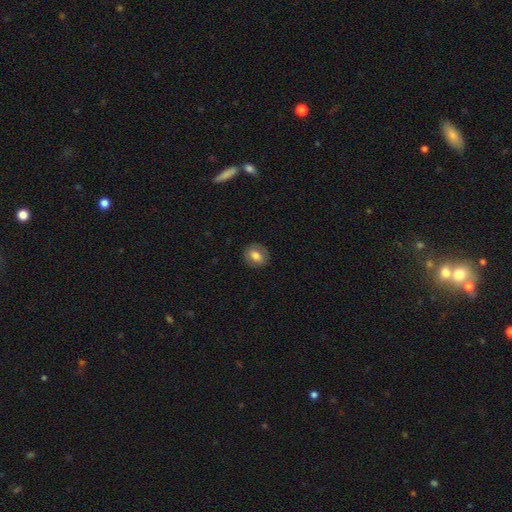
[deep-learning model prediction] This is likely a smooth galaxy (75%). How rounded: likely round (62%). Merging: clearly none (86%).